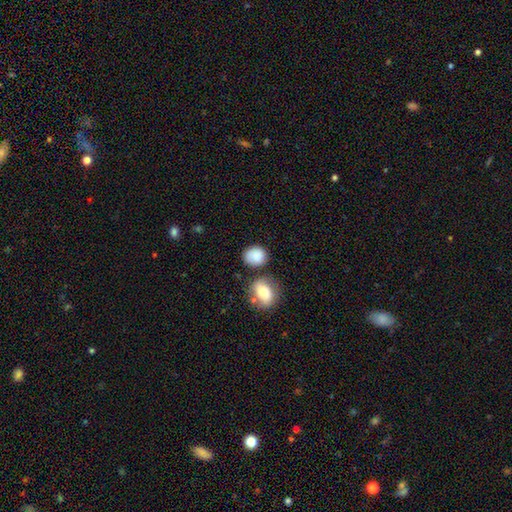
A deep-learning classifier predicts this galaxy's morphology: This appears to be a smooth galaxy with no disk features (85%) that is round (66%). Merging: none (66%).